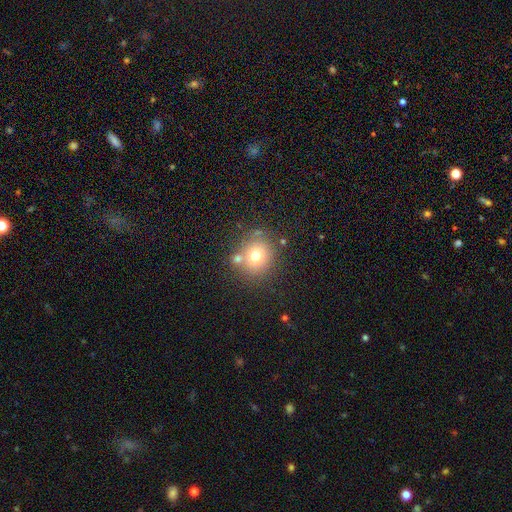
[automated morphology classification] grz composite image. It shows a smooth galaxy with no disk features (71%) that is round (83%). Merging: none (69%).